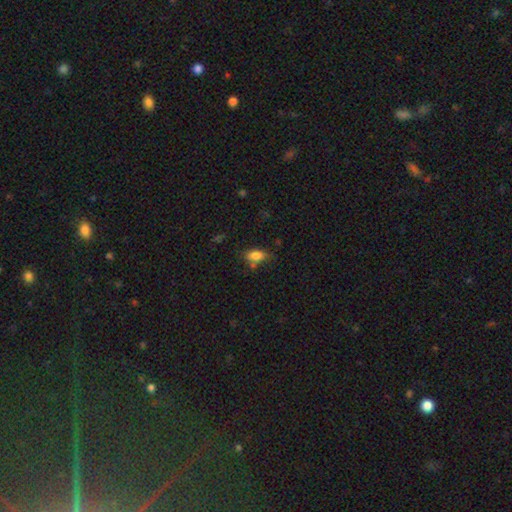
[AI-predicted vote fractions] The model was most divided on "merging": none: 66%, minor disturbance: 20%, merger: 8%, major disturbance: 6%. More confident: how rounded — in between (86%); smooth or featured — smooth (83%).